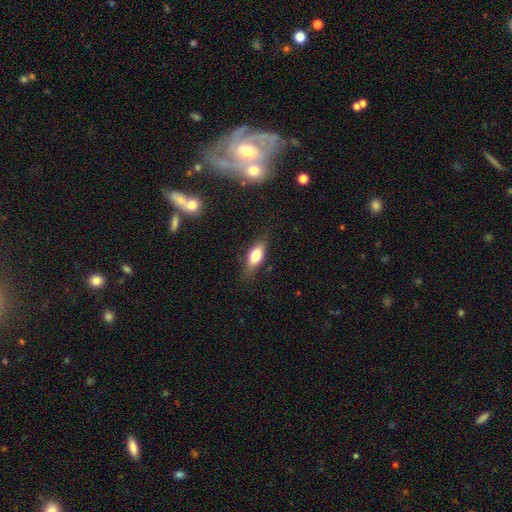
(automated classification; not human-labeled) Morphology: type=smooth (70%); roundness=in between (75%); merging=none (78%).